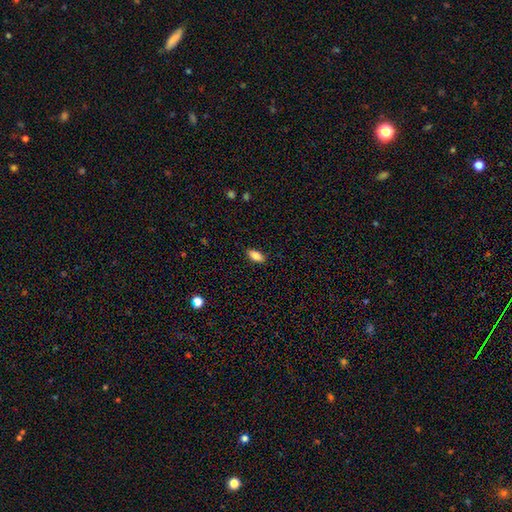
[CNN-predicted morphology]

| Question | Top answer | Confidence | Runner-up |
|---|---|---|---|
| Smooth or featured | smooth | 86% | star or artifact (8%) |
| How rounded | in between | 87% | cigar-shaped (11%) |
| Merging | none | 88% | minor disturbance (9%) |